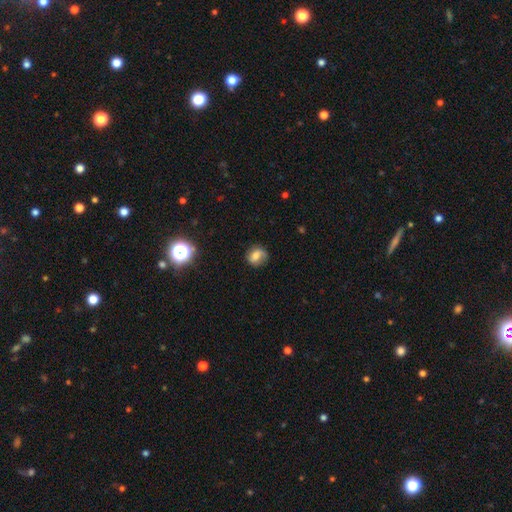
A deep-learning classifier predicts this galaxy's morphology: Smooth or featured?
  - smooth: 63% *
  - featured or disk: 25%
  - star or artifact: 12%
How rounded?
  - round: 64% *
  - in between: 34%
  - cigar-shaped: 1%
Merging?
  - none: 69% *
  - minor disturbance: 22%
  - major disturbance: 7%
  - merger: 2%